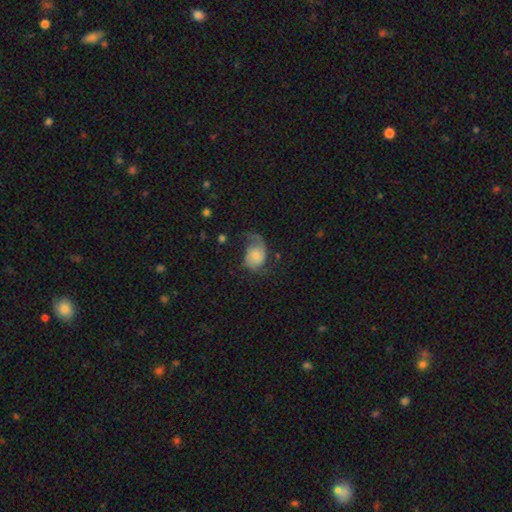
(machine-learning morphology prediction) smooth_or_featured: featured or disk (p=0.56) [alt: smooth p=0.36]
disk_edge_on: no (p=0.97) [alt: yes p=0.03]
bar: no (p=0.72) [alt: weak p=0.24]
has_spiral_arms: yes (p=0.85) [alt: no p=0.15]
bulge_size: small (p=0.46) [alt: moderate p=0.36]
merging: major disturbance (p=0.40) [alt: none p=0.33]